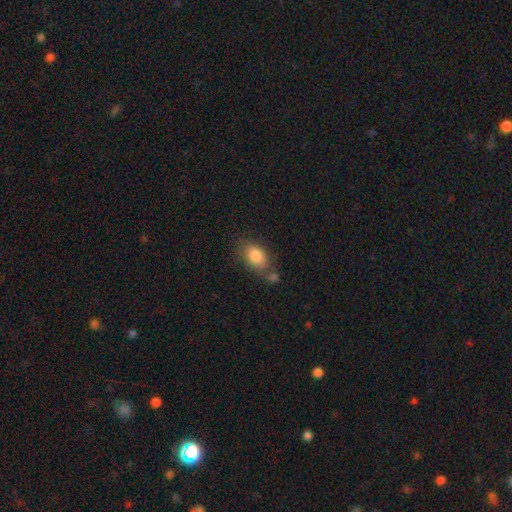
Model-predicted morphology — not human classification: Smooth or featured? Predicted: smooth (p=0.83). How rounded? Predicted: in between (p=0.84). Merging? Predicted: none (p=0.58).